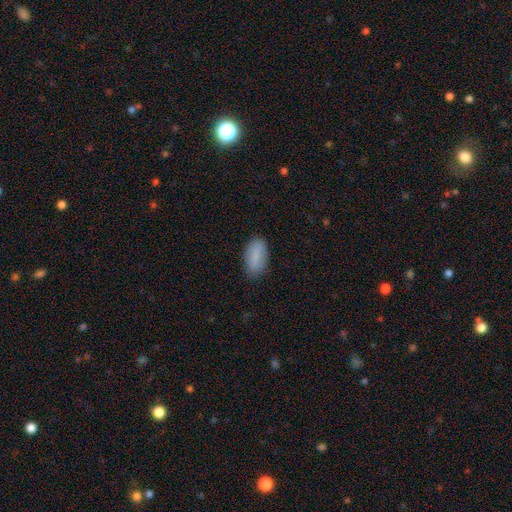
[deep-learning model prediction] smooth 85%, featured or disk 8%, star or artifact 7%. Down the decision tree: how rounded — in between (92%); merging — none (83%).